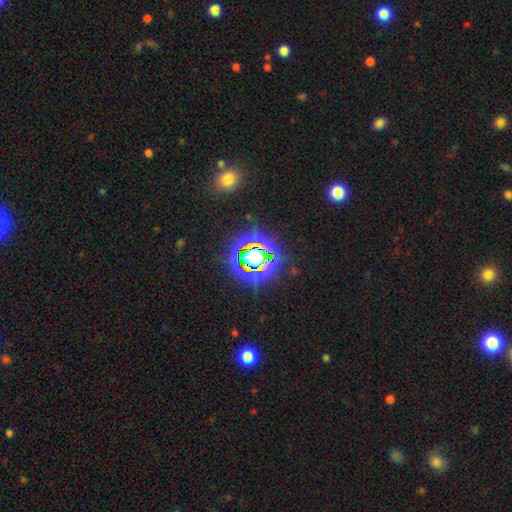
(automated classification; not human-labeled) Smooth or featured? Predicted: star or artifact (p=0.73).